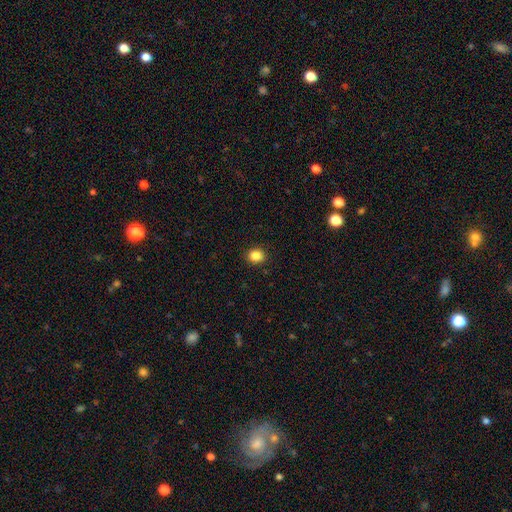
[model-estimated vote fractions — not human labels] smooth-or-featured: smooth: 85% | star or artifact: 10% | featured or disk: 4%
  how-rounded: round: 70% | in between: 29% | cigar-shaped: 1%
  merging: none: 91% | minor disturbance: 6% | major disturbance: 2% | merger: 1%